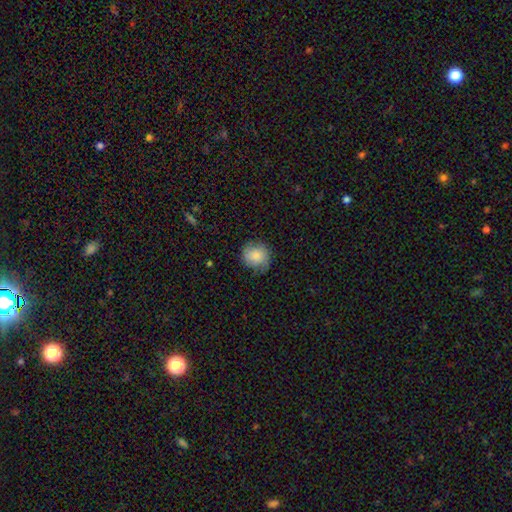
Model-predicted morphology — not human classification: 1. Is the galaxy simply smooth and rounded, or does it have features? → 71% smooth, 21% featured or disk, 8% star or artifact.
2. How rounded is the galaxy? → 85% round, 14% in between, 1% cigar-shaped.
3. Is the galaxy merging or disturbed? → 70% none, 23% minor disturbance, 6% major disturbance, 1% merger.